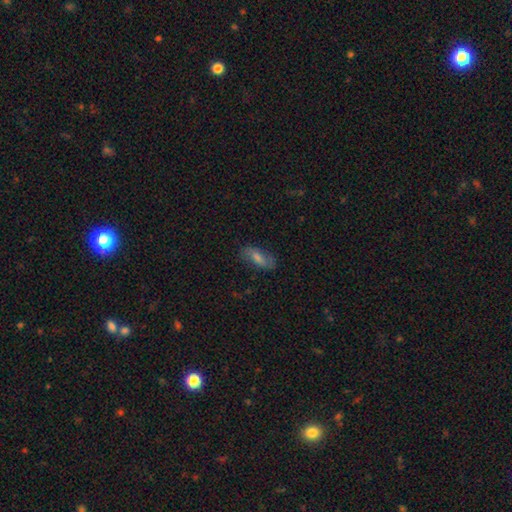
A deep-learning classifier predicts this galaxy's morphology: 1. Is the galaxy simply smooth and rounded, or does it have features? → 56% smooth, 33% featured or disk, 11% star or artifact.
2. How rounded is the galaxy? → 72% in between, 24% cigar-shaped, 4% round.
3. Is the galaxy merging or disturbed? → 78% none, 16% minor disturbance, 5% major disturbance, 1% merger.